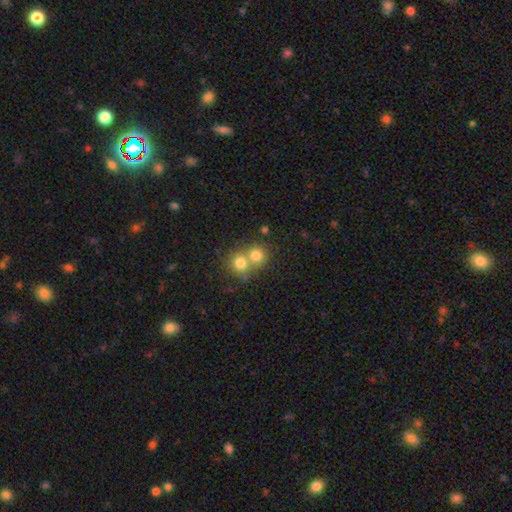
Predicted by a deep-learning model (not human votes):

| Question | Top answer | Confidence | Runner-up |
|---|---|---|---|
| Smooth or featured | smooth | 76% | featured or disk (12%) |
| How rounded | round | 86% | in between (13%) |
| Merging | merger | 54% | none (39%) |